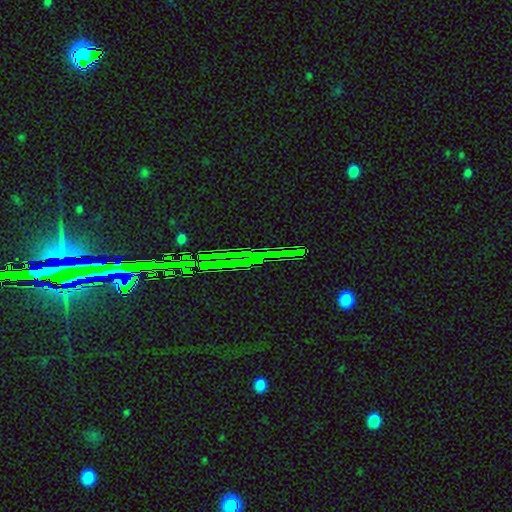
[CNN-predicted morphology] star or artifact 72%, smooth 15%, featured or disk 13%.